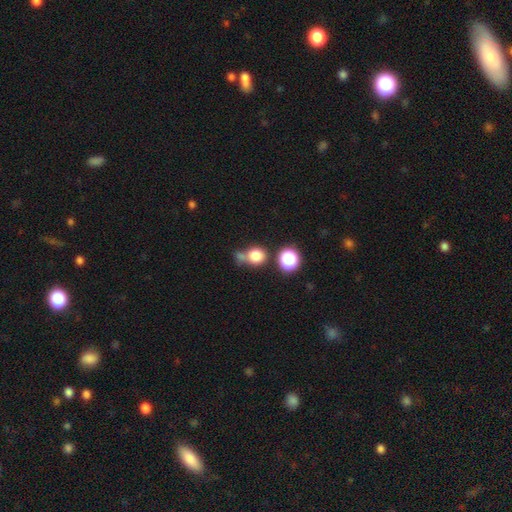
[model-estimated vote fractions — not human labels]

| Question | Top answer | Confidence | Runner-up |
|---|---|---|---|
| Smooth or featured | smooth | 78% | star or artifact (13%) |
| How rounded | round | 82% | in between (17%) |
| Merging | none | 48% | merger (29%) |